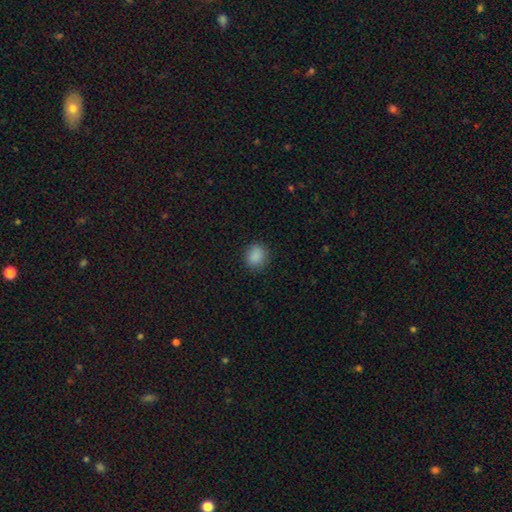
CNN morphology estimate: Smooth or featured: smooth — 87% (star or artifact — 10%)
How rounded: round — 66% (in between — 32%)
Merging: none — 87% (minor disturbance — 9%)